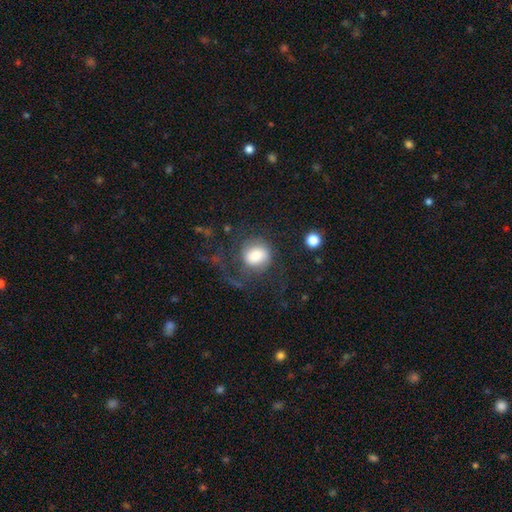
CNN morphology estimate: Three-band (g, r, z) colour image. It shows a smooth galaxy with no disk features (63%) that is round (77%). Merging: none (44%).